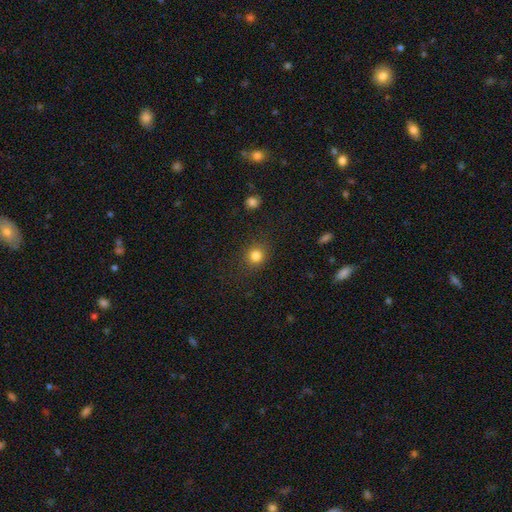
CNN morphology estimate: A smooth galaxy with no disk features (83%) that is round (86%).

Vote fractions:
- Smooth or featured? smooth: 83% / star or artifact: 12% / featured or disk: 5%
- How rounded? round: 86% / in between: 13% / cigar-shaped: 1%
- Merging? none: 87% / minor disturbance: 8% / major disturbance: 3% / merger: 2%